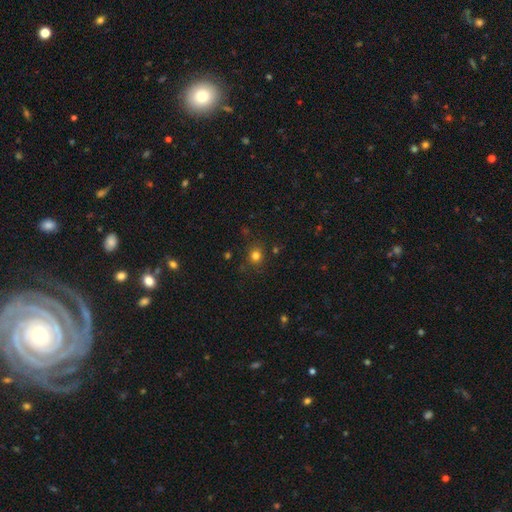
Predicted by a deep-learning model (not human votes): A smooth galaxy with no disk features (78%) that is round (84%). Merging: none (85%).